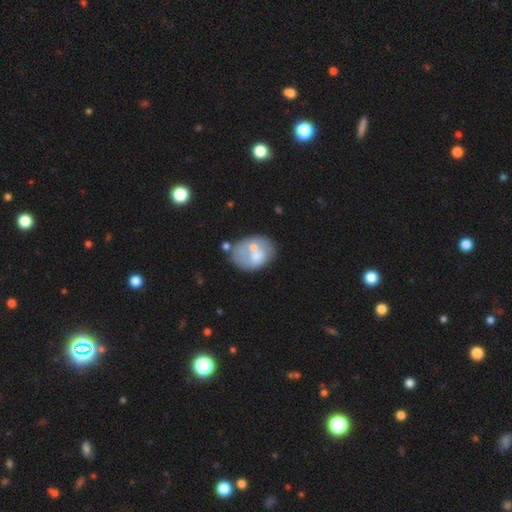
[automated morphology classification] Overall: smooth (52%; featured or disk 40%). How rounded: in between (70%). Merging: none (40%; merger 25%).